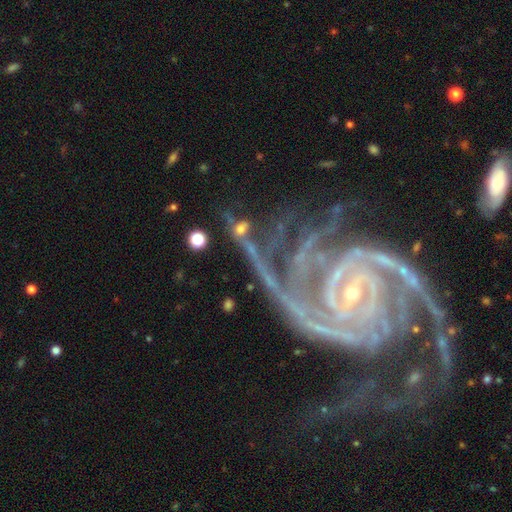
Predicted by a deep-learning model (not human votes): Smooth or featured? Predicted: featured or disk (p=0.83). Edge-on disk? Predicted: no (p=0.96). Bar? Predicted: strong (p=0.39). Spiral arms? Predicted: yes (p=0.97). Spiral winding? Predicted: tight (p=0.55). Spiral arm count? Predicted: 2 (p=0.28). Bulge size? Predicted: small (p=0.74). Merging? Predicted: none (p=0.54).